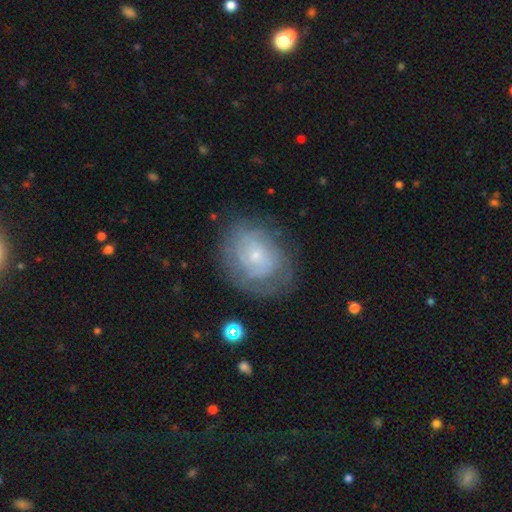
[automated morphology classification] Smooth or featured? featured or disk (64%)
Edge-on disk? no (97%)
Bar? no (79%)
Spiral arms? yes (73%)
Bulge size? small (78%)
Merging? none (69%)